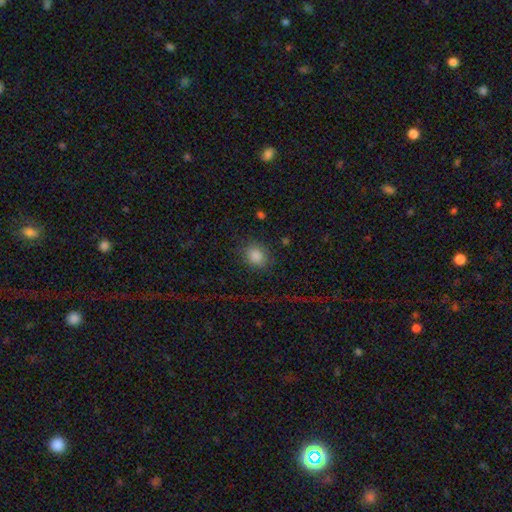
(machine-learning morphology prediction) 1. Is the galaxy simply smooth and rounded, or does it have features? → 82% smooth, 12% star or artifact, 5% featured or disk.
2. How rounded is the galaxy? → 54% round, 45% in between, 1% cigar-shaped.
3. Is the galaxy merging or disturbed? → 83% none, 10% minor disturbance, 5% major disturbance, 2% merger.